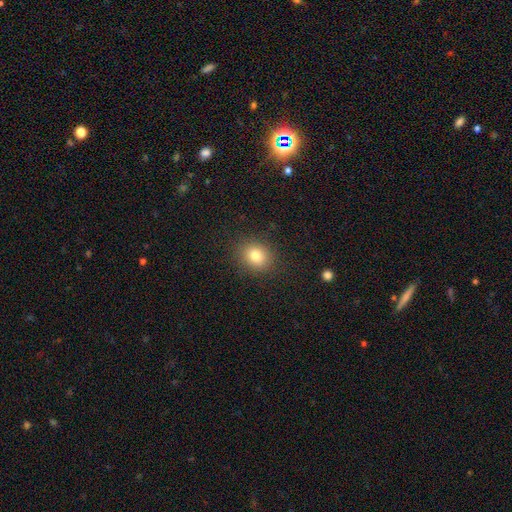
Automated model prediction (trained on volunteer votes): This is clearly a smooth galaxy (80%). How rounded: likely round (64%). Merging: clearly none (87%).